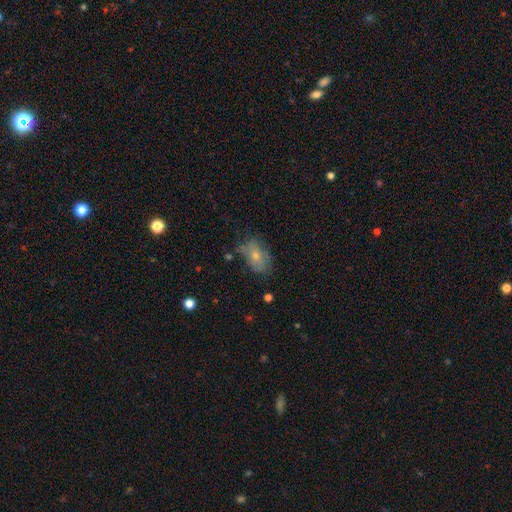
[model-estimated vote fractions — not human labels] This is likely a smooth galaxy (62%). How rounded: clearly in between (87%). Merging: likely none (62%).